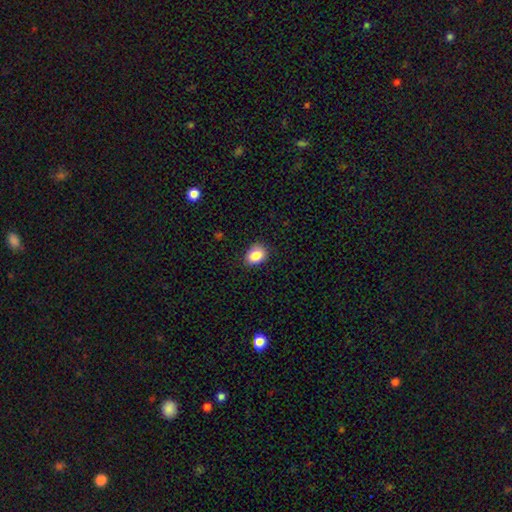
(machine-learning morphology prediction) smooth 86%, star or artifact 9%, featured or disk 5%. Down the decision tree: how rounded — in between (64%); merging — none (83%).